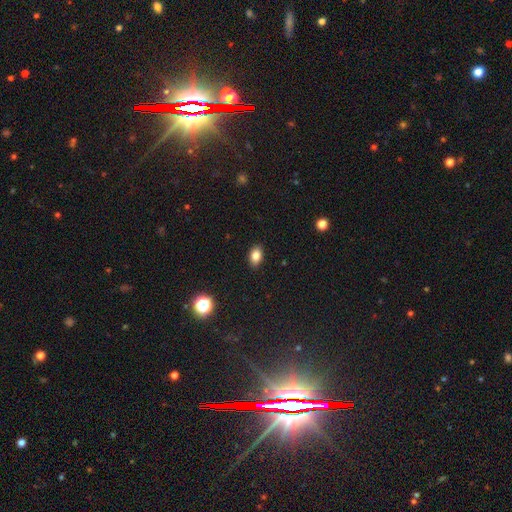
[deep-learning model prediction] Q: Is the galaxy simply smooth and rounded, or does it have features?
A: smooth — 83%.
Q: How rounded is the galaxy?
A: in between — 85%.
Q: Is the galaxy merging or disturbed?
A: none — 89%.